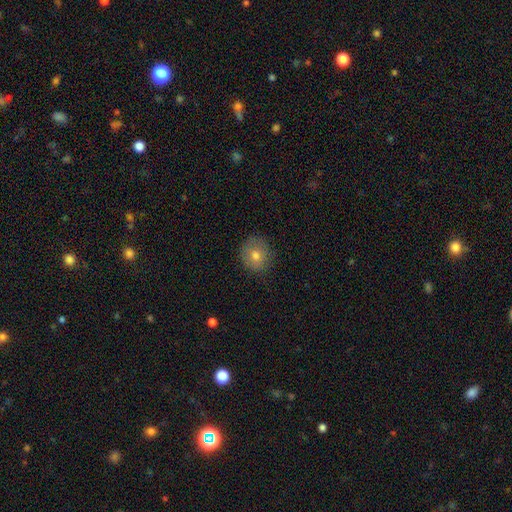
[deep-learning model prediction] A smooth galaxy with no disk features (72%) that is round (87%).

Vote fractions:
- Smooth or featured? smooth: 72% / featured or disk: 17% / star or artifact: 11%
- How rounded? round: 87% / in between: 12% / cigar-shaped: 1%
- Merging? none: 84% / minor disturbance: 12% / major disturbance: 3% / merger: 1%